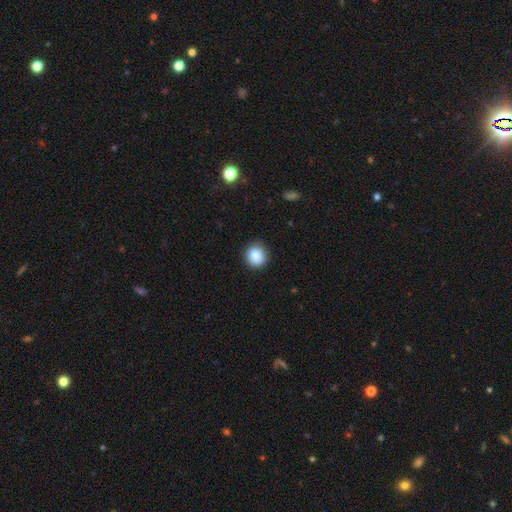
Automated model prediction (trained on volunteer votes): A smooth galaxy with no disk features (86%) that is round (88%). Merging: none (89%).